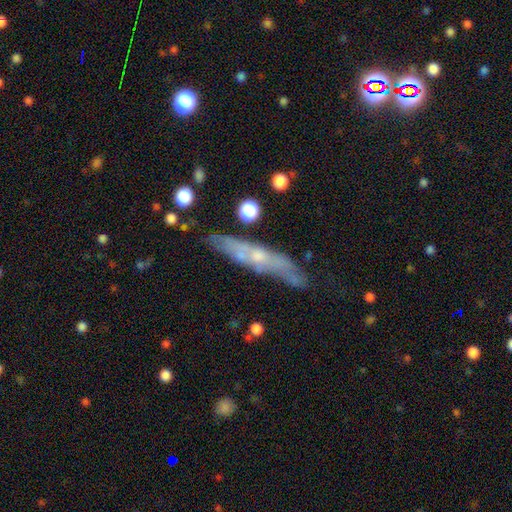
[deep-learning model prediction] Smooth or featured: featured or disk — 61% (smooth — 31%)
Edge-on disk: yes — 66% (no — 34%)
Merging: none — 71% (minor disturbance — 20%)